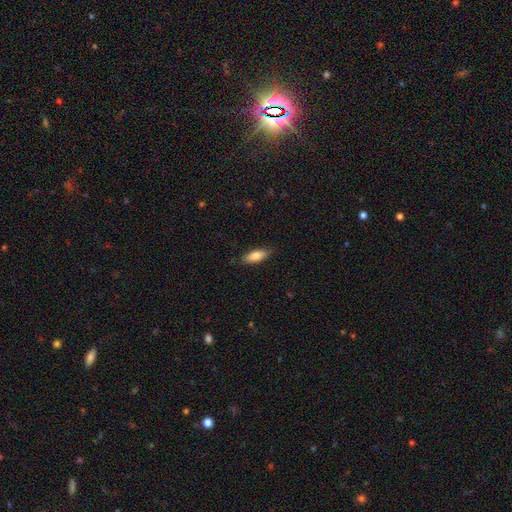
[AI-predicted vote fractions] The model was most divided on "how rounded": in between: 70%, cigar-shaped: 28%, round: 2%. More confident: merging — none (83%); smooth or featured — smooth (80%).